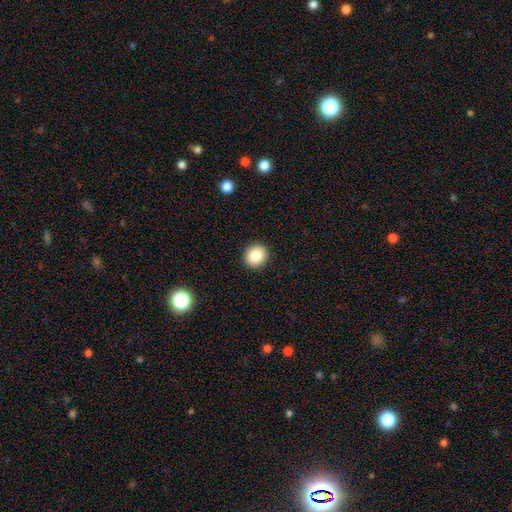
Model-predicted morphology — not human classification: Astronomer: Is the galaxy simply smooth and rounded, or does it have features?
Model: smooth — 85%.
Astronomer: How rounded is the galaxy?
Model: round — 87%.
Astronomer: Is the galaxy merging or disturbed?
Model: none — 92%.